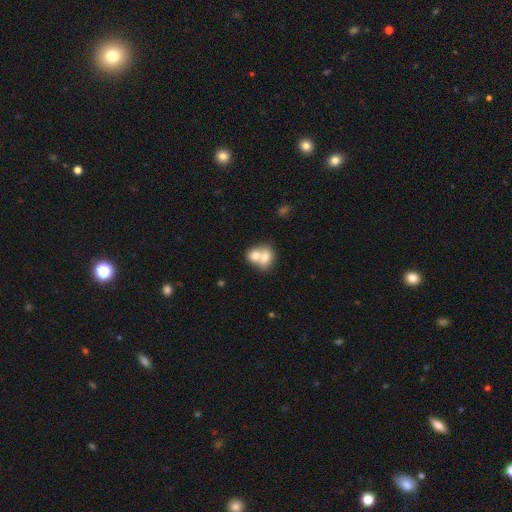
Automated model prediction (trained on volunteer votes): The model was most divided on "how rounded": round: 55%, in between: 44%, cigar-shaped: 1%. More confident: merging — merger (74%); smooth or featured — smooth (71%).